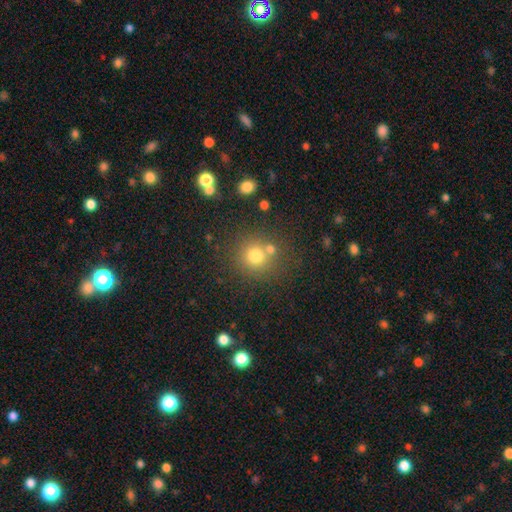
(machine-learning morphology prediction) The model was most divided on "merging": none: 71%, merger: 16%, minor disturbance: 9%, major disturbance: 4%. More confident: how rounded — round (91%); smooth or featured — smooth (74%).